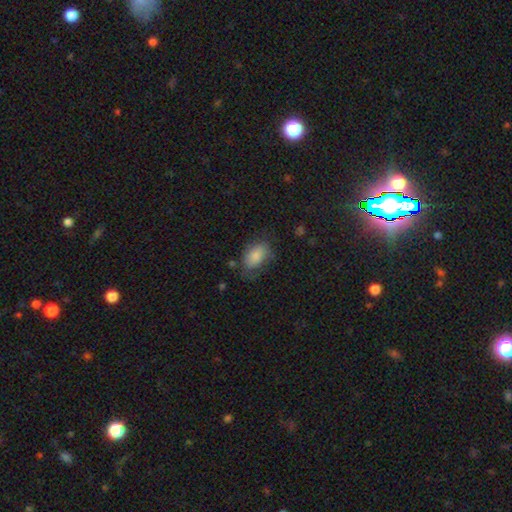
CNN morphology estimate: Smooth or featured? smooth (80%)
How rounded? in between (89%)
Merging? none (56%)